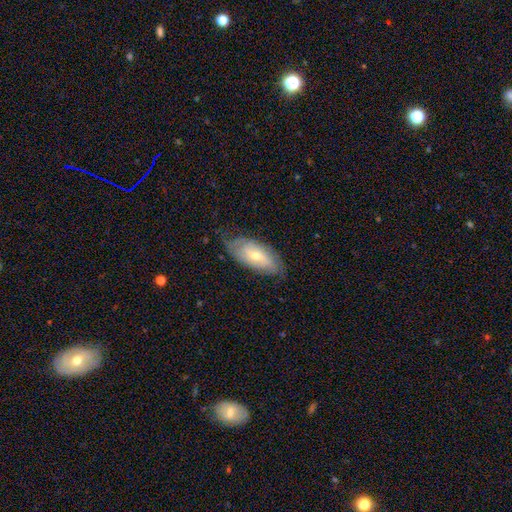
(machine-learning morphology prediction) smooth-or-featured: featured or disk: 58% | smooth: 35% | star or artifact: 7%
  disk-edge-on: no: 86% | yes: 14%
    bar: no: 49% | weak: 38% | strong: 13%
    has-spiral-arms: yes: 76% | no: 24%
    bulge-size: small: 49% | moderate: 48% | large: 2% | none: 1% | dominant: 1%
  merging: none: 68% | minor disturbance: 24% | major disturbance: 6% | merger: 1%